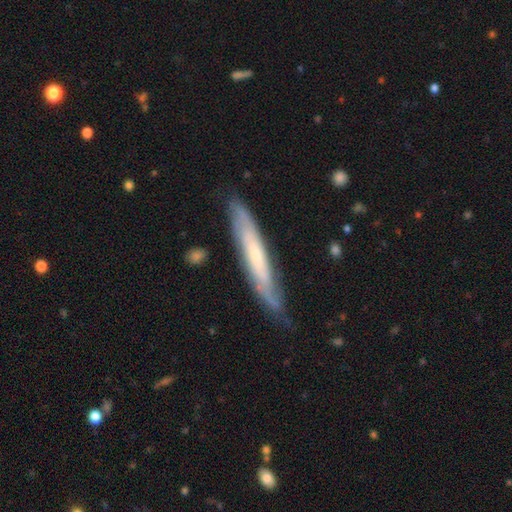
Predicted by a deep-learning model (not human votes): smooth-or-featured: featured or disk: 62% | smooth: 32% | star or artifact: 6%
  disk-edge-on: yes: 64% | no: 36%
  merging: none: 76% | minor disturbance: 19% | major disturbance: 4% | merger: 2%